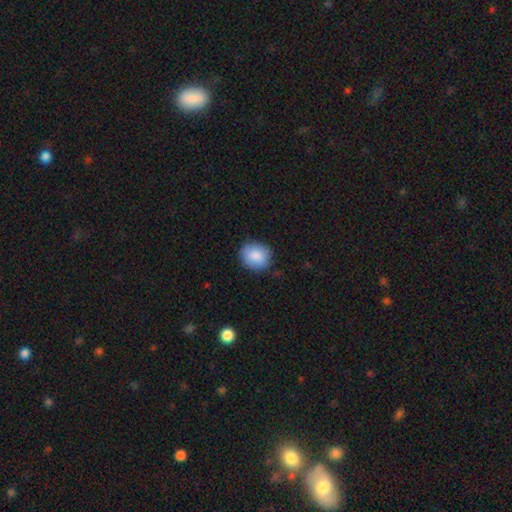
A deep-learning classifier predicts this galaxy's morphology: smooth_or_featured: smooth (p=0.87) [alt: star or artifact p=0.07]
how_rounded: round (p=0.70) [alt: in between p=0.29]
merging: none (p=0.84) [alt: minor disturbance p=0.13]